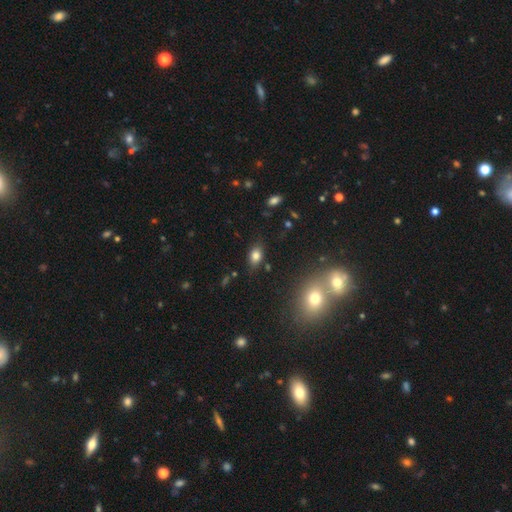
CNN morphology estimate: This is likely a smooth galaxy (79%). How rounded: clearly in between (81%). Merging: likely none (79%).